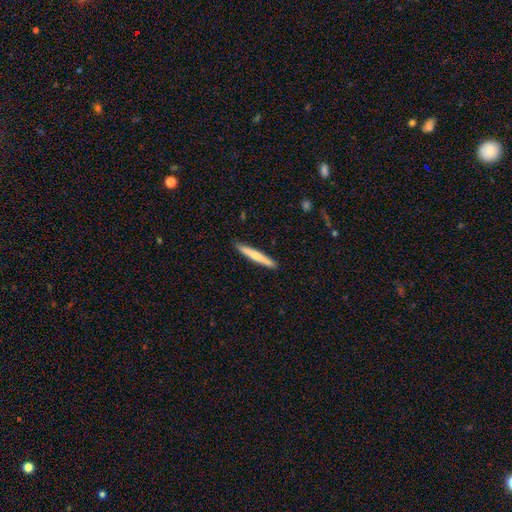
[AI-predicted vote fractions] Smooth or featured: smooth — 67% (featured or disk — 28%)
How rounded: cigar-shaped — 96% (in between — 3%)
Merging: none — 91% (minor disturbance — 7%)